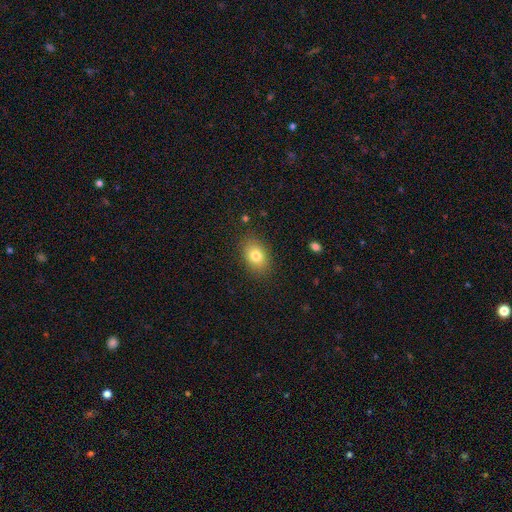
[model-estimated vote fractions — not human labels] Smooth or featured? smooth (80%)
How rounded? in between (76%)
Merging? none (86%)